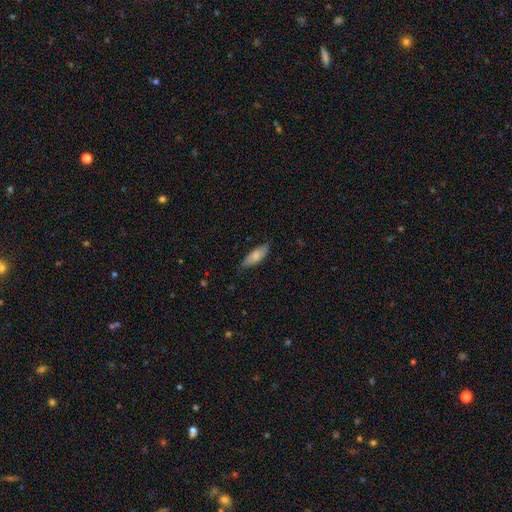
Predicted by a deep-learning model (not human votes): smooth-or-featured: smooth: 73% | featured or disk: 21% | star or artifact: 6%
  how-rounded: in between: 71% | cigar-shaped: 27% | round: 2%
  merging: none: 75% | minor disturbance: 21% | major disturbance: 3% | merger: 1%